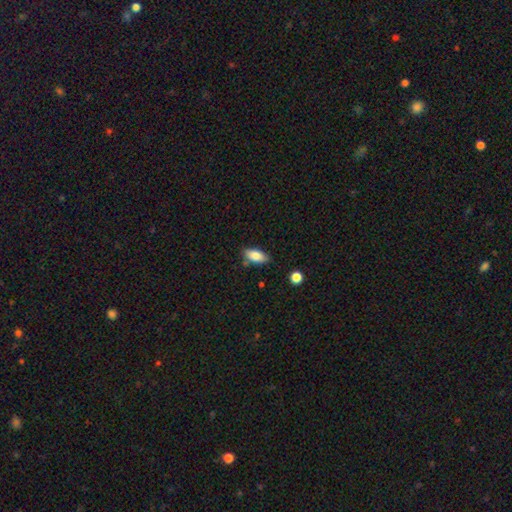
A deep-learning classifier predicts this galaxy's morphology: Q: Smooth or featured?
A: smooth (83%); runner-up: featured or disk (10%)
Q: How rounded?
A: in between (88%); runner-up: cigar-shaped (9%)
Q: Merging?
A: none (78%); runner-up: minor disturbance (15%)